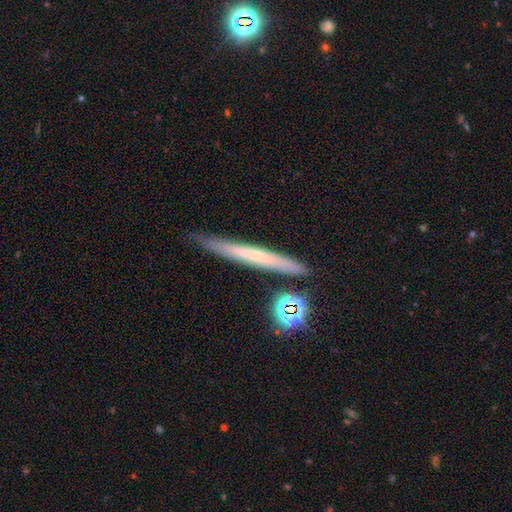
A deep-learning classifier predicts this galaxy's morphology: smooth-or-featured: featured or disk: 46% | smooth: 42% | star or artifact: 11%
  merging: none: 81% | minor disturbance: 13% | merger: 4% | major disturbance: 3%